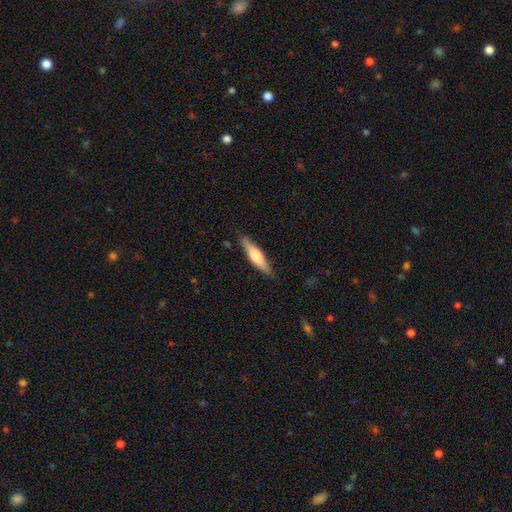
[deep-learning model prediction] Q: Smooth or featured?
A: smooth (56%); runner-up: featured or disk (39%)
Q: How rounded?
A: cigar-shaped (74%); runner-up: in between (24%)
Q: Merging?
A: none (86%); runner-up: minor disturbance (10%)